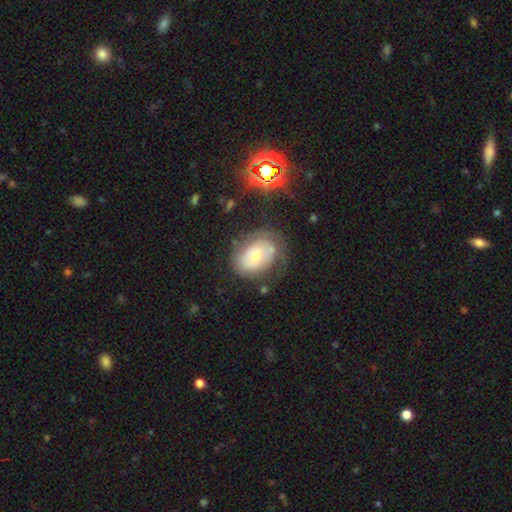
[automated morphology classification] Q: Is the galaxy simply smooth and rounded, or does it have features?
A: featured or disk — 50%.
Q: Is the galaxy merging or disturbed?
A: none — 56%.